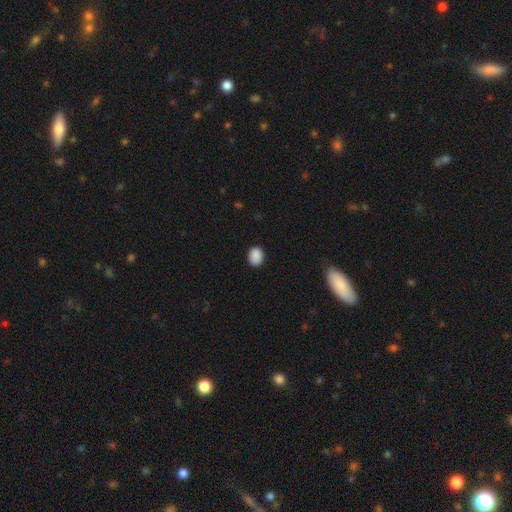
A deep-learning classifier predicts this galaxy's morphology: This is clearly a smooth galaxy (89%). How rounded: possibly in between (57%). Merging: clearly none (89%).